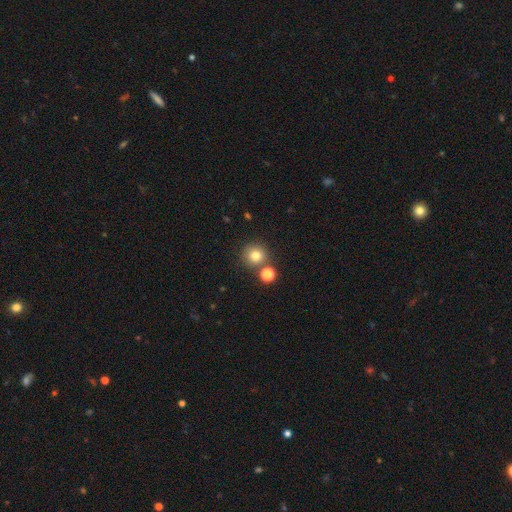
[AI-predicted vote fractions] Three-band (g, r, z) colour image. It shows a smooth galaxy with no disk features (78%) that is round (92%). Merging: none (74%).